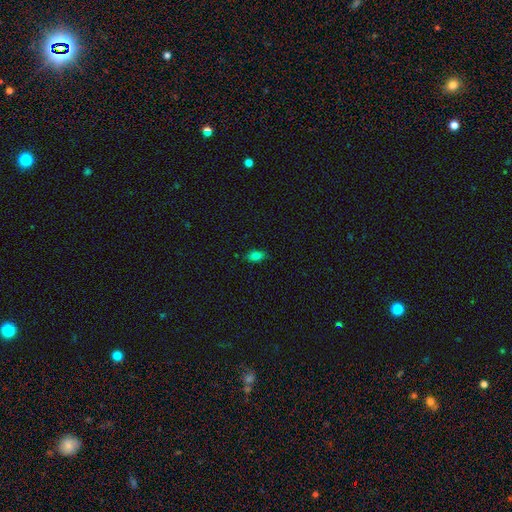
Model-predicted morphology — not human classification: Smooth or featured? Predicted: smooth (p=0.79). How rounded? Predicted: in between (p=0.86). Merging? Predicted: none (p=0.84).